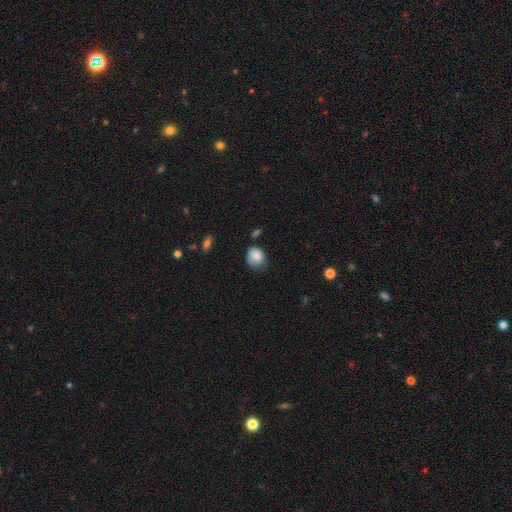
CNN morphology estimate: Overall: smooth (83%). How rounded: round (56%; in between 44%). Merging: none (45%; minor disturbance 38%).